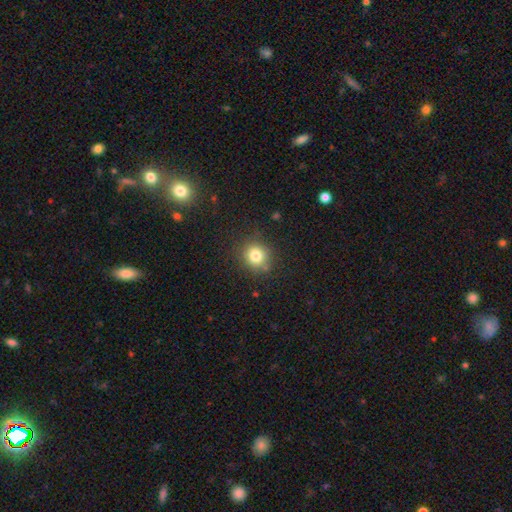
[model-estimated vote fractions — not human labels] Morphology: type=smooth (80%); roundness=round (86%); merging=none (82%).